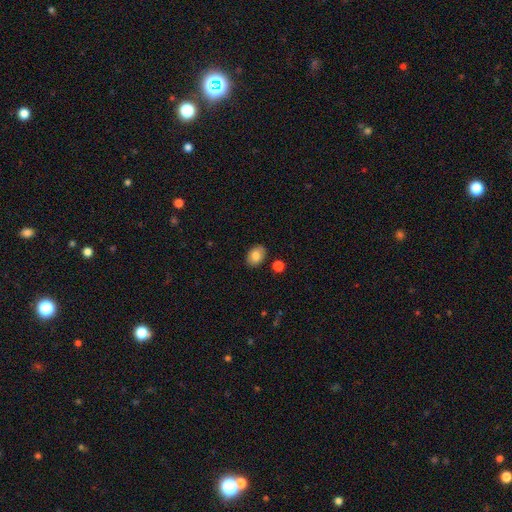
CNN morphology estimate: This appears to be a smooth galaxy with no disk features (81%) that is in between round and cigar-shaped (76%). Merging: none (85%).